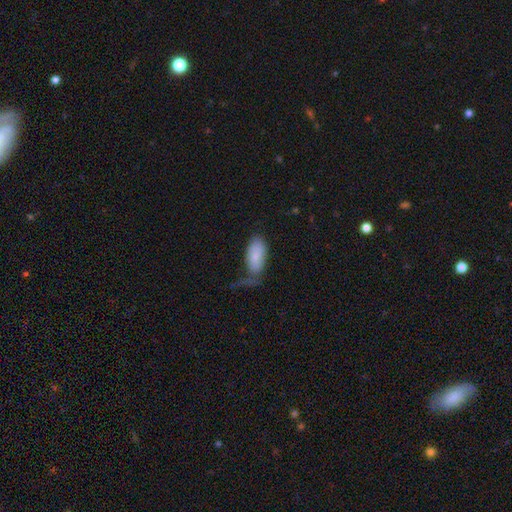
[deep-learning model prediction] A smooth galaxy with no disk features (79%) that is in between round and cigar-shaped (93%). Merging: none (35%).